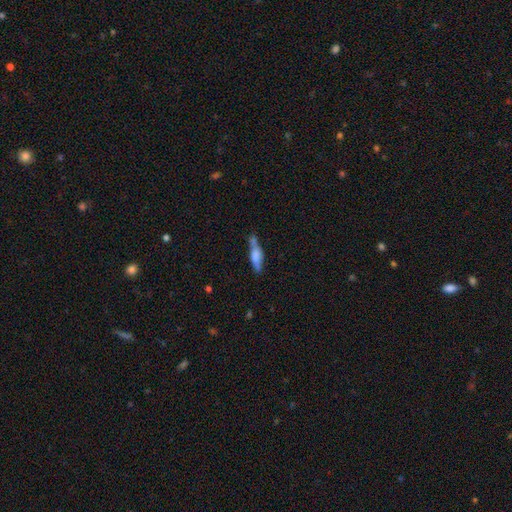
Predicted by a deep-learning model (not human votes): A smooth galaxy with no disk features (60%) that is cigar-shaped (63%).

Vote fractions:
- Smooth or featured? smooth: 60% / featured or disk: 33% / star or artifact: 7%
- How rounded? cigar-shaped: 63% / in between: 35% / round: 3%
- Merging? none: 52% / minor disturbance: 22% / merger: 19% / major disturbance: 7%